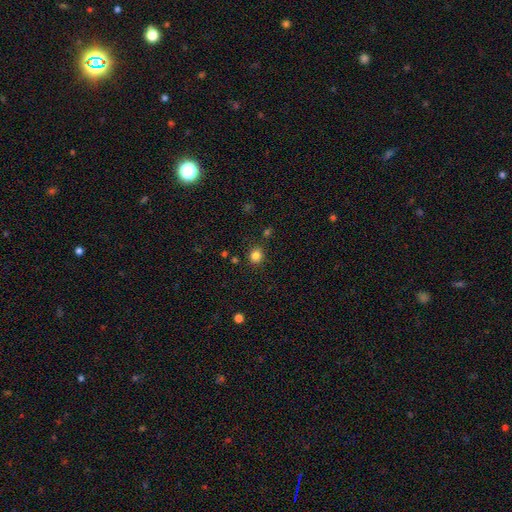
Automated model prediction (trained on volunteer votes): Smooth or featured? smooth (83%)
How rounded? round (83%)
Merging? none (85%)